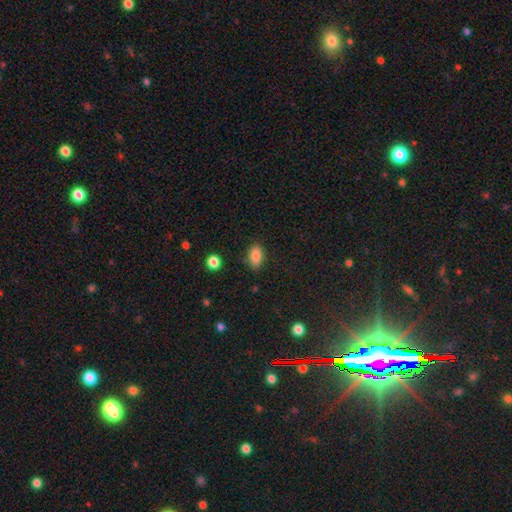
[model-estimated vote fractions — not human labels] smooth 85%, star or artifact 10%, featured or disk 6%. Down the decision tree: how rounded — in between (88%); merging — none (82%).